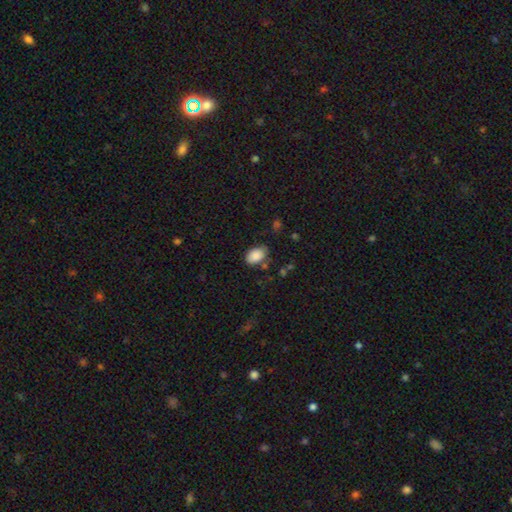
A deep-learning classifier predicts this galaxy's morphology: smooth 87%, star or artifact 7%, featured or disk 6%. Down the decision tree: how rounded — in between (88%); merging — none (73%).